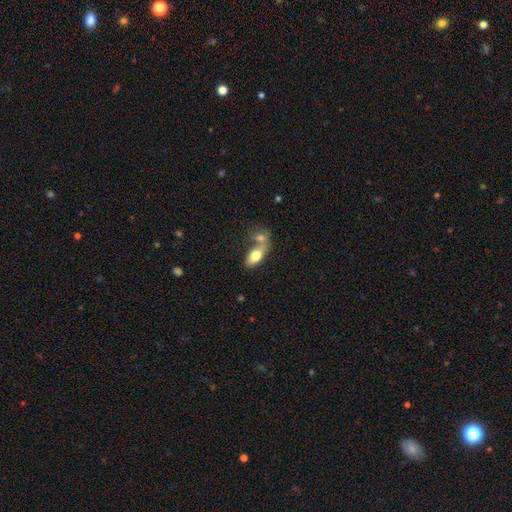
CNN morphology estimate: A smooth galaxy with no disk features (74%) that is in between round and cigar-shaped (86%).

Vote fractions:
- Smooth or featured? smooth: 74% / featured or disk: 20% / star or artifact: 7%
- How rounded? in between: 86% / cigar-shaped: 8% / round: 6%
- Merging? merger: 57% / none: 28% / minor disturbance: 9% / major disturbance: 6%